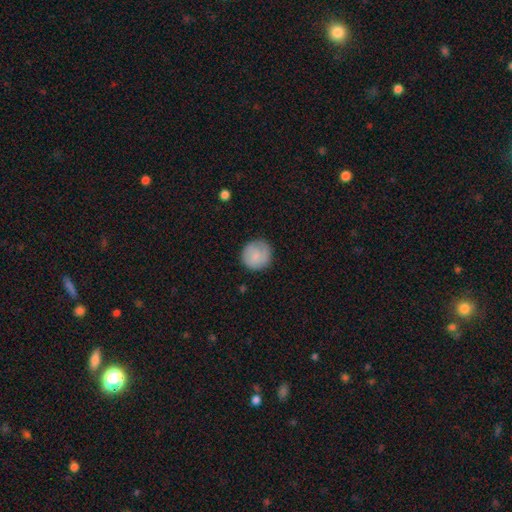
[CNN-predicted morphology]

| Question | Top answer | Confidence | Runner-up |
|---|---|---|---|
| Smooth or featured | smooth | 81% | featured or disk (13%) |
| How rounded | round | 93% | in between (6%) |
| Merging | none | 82% | minor disturbance (13%) |